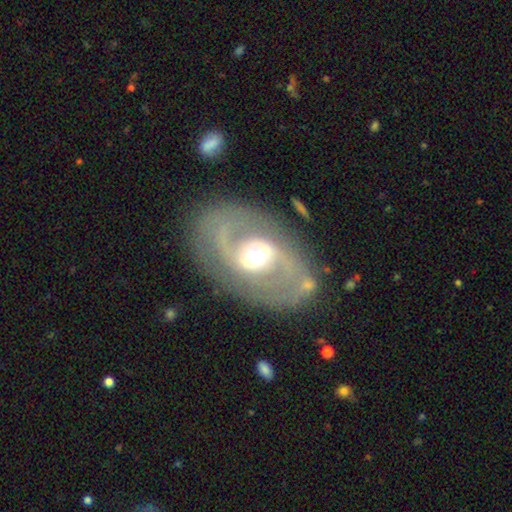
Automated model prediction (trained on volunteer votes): Smooth or featured: featured or disk — 81% (smooth — 13%)
Edge-on disk: no — 95% (yes — 5%)
Bar: weak — 41% (no — 32%)
Spiral arms: yes — 79% (no — 21%)
Spiral winding: medium — 43% (tight — 32%)
Spiral arm count: 2 — 79% (can't tell — 11%)
Bulge size: moderate — 62% (large — 23%)
Merging: none — 76% (minor disturbance — 13%)